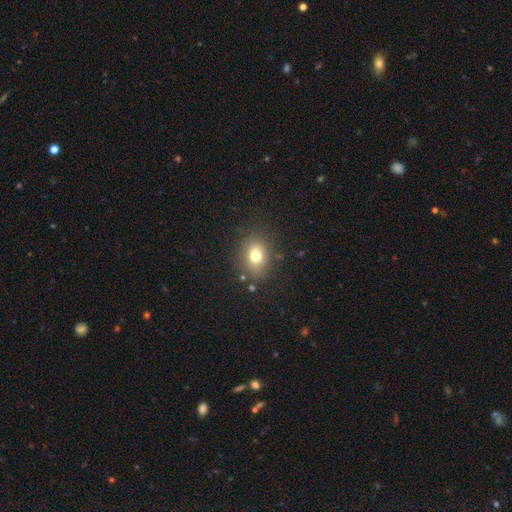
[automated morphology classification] smooth 76%, star or artifact 13%, featured or disk 12%. Down the decision tree: how rounded — in between (58%); merging — none (83%).